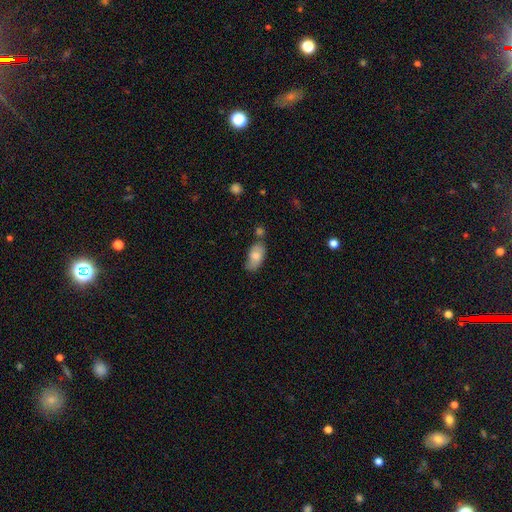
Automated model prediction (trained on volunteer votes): Overall: smooth (77%). How rounded: in between (92%). Merging: none (59%; minor disturbance 25%).